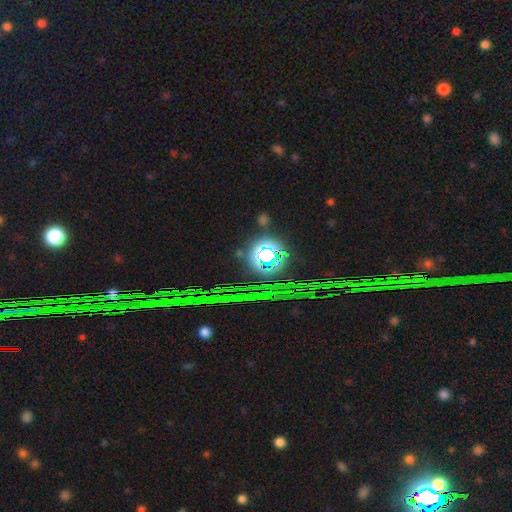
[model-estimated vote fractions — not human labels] Morphology: type=star or artifact (78%).